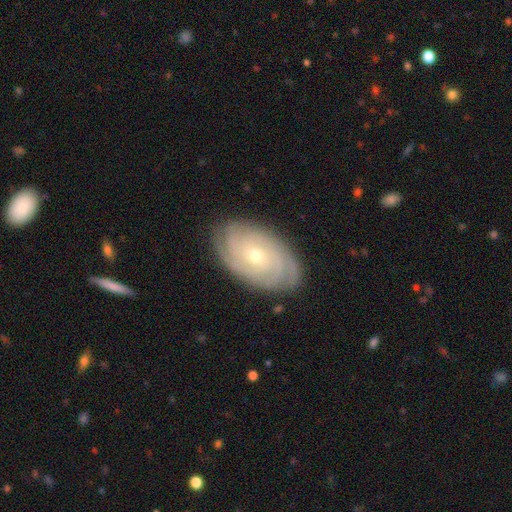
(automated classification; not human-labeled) A featured or disk galaxy (81%) with no bar (78%), tight (81%) spiral arms (95%) and a small central bulge (64%).

Vote fractions:
- Smooth or featured? featured or disk: 81% / smooth: 12% / star or artifact: 6%
- Edge-on disk? no: 95% / yes: 5%
- Bar? no: 78% / weak: 18% / strong: 4%
- Spiral arms? yes: 95% / no: 5%
- Spiral winding? tight: 81% / medium: 16% / loose: 3%
- Spiral arm count? can't tell: 35% / 4: 19% / 3: 18% / 2: 13% / more than 4: 9% / 1: 6%
- Bulge size? small: 64% / moderate: 33% / large: 1% / none: 1% / dominant: 1%
- Merging? none: 84% / minor disturbance: 12% / major disturbance: 3% / merger: 1%